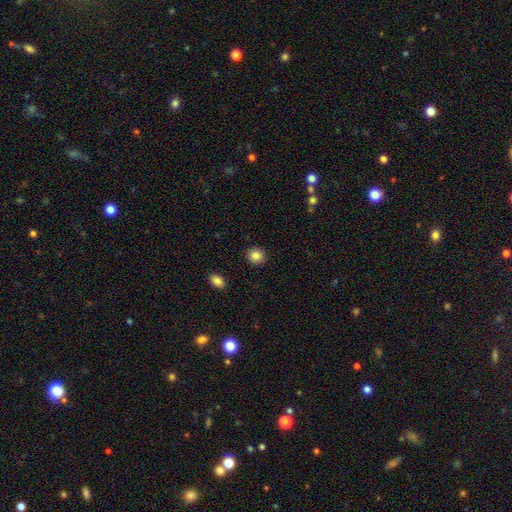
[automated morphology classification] Smooth or featured? smooth (85%)
How rounded? round (83%)
Merging? none (91%)